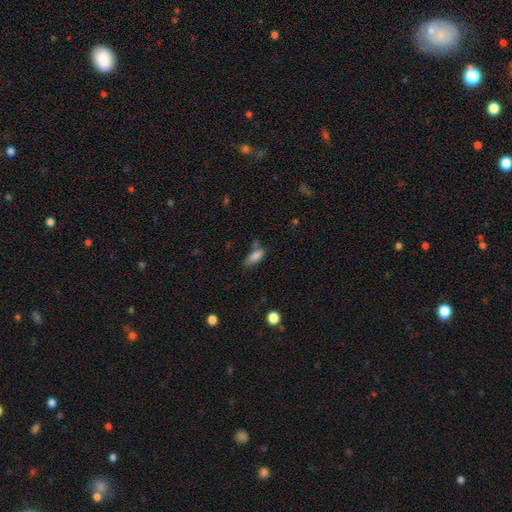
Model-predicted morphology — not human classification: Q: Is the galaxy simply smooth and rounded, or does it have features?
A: smooth — 83%.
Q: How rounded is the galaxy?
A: in between — 76%.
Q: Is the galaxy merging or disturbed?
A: none — 55%.